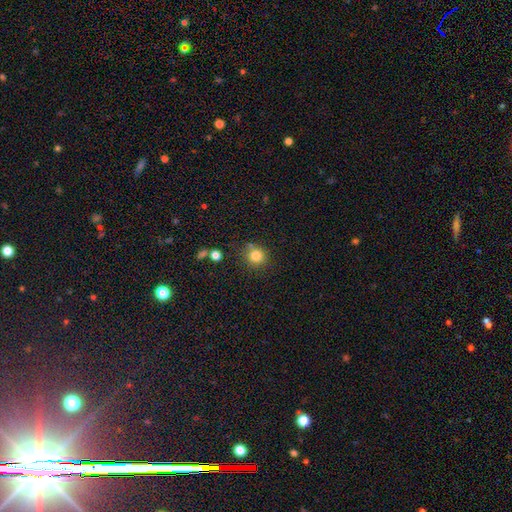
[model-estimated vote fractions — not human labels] A smooth galaxy with no disk features (82%) that is round (90%).

Vote fractions:
- Smooth or featured? smooth: 82% / star or artifact: 12% / featured or disk: 6%
- How rounded? round: 90% / in between: 9% / cigar-shaped: 1%
- Merging? none: 75% / minor disturbance: 12% / merger: 9% / major disturbance: 4%